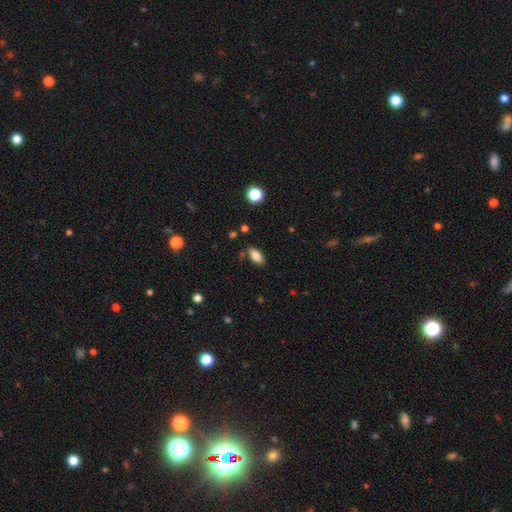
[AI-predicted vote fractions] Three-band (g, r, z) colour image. It shows a smooth galaxy with no disk features (82%) that is in between round and cigar-shaped (89%). Merging: none (80%).